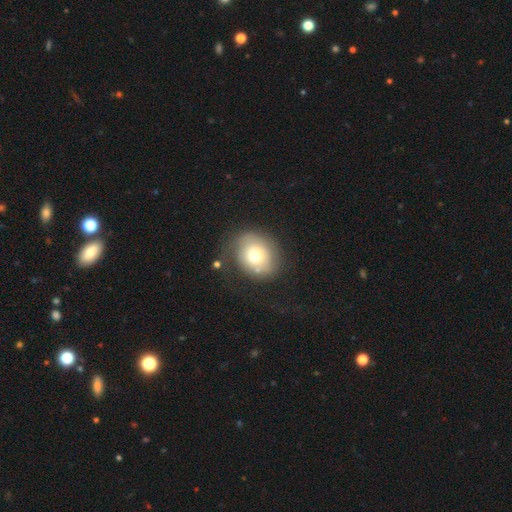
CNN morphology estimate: type=smooth (67%); roundness=round (69%); merging=none (62%).